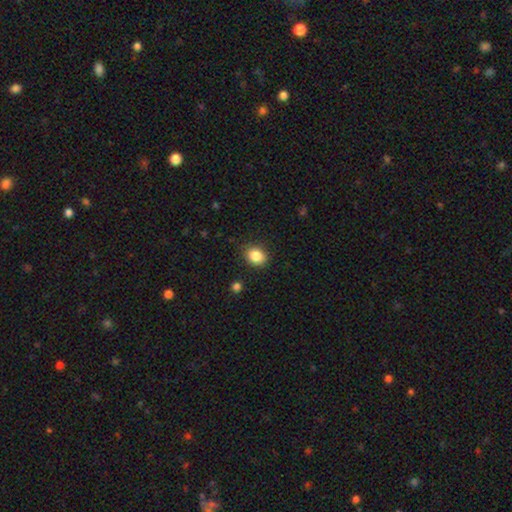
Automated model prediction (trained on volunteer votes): The model was most divided on "how rounded": round: 53%, in between: 47%, cigar-shaped: 1%. More confident: merging — none (87%); smooth or featured — smooth (85%).